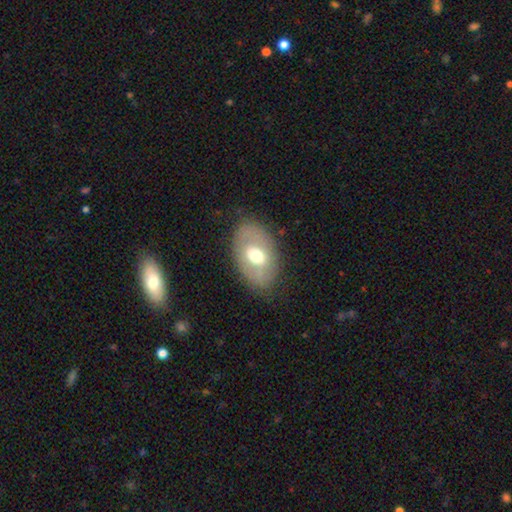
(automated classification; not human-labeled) Smooth or featured? smooth (53%)
How rounded? in between (85%)
Merging? none (76%)